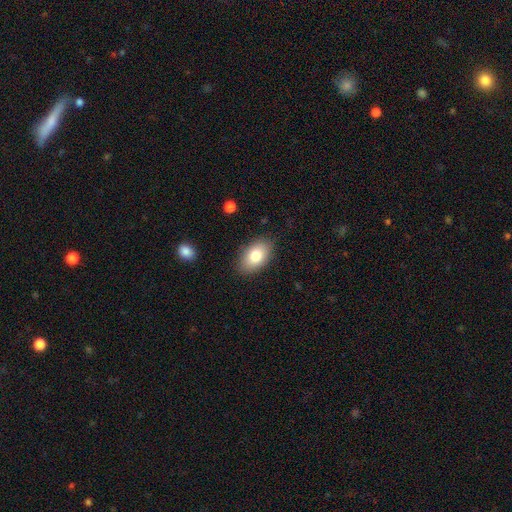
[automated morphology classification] Overall: smooth (80%). How rounded: in between (91%). Merging: none (85%).